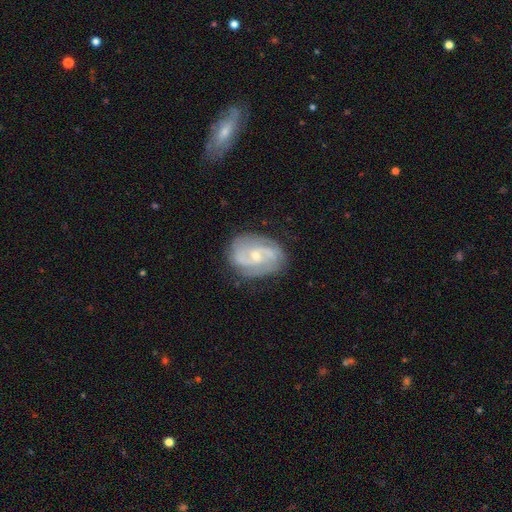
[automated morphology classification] A featured or disk galaxy (82%) with no bar (47%), 2 (70%) medium (47%) spiral arms (94%) and a small central bulge (59%). Merging: none (77%).